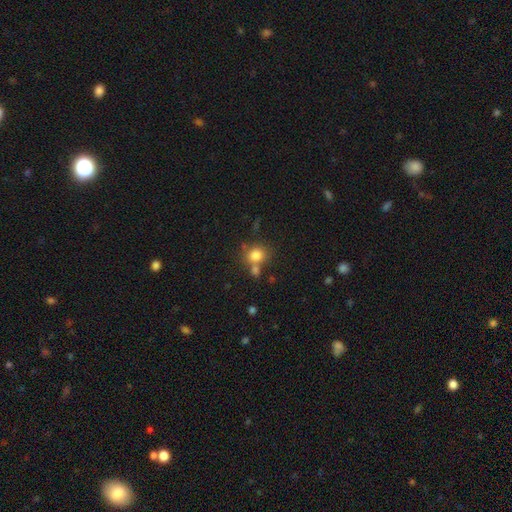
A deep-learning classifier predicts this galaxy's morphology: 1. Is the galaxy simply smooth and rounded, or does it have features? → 81% smooth, 11% star or artifact, 8% featured or disk.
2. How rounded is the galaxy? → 76% round, 23% in between, 1% cigar-shaped.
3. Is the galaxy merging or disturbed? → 59% none, 25% merger, 12% minor disturbance, 4% major disturbance.